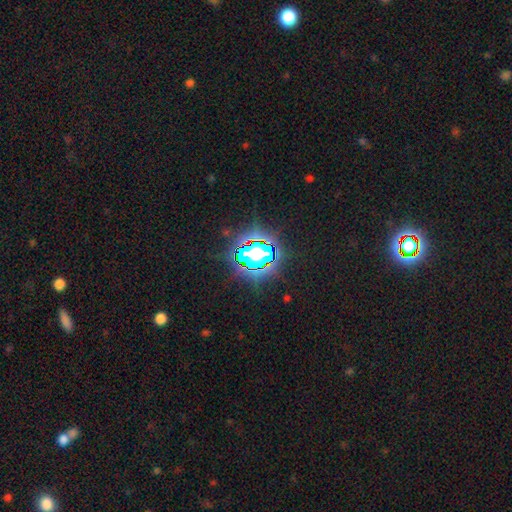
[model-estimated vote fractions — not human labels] star or artifact 78%, smooth 13%, featured or disk 9%.